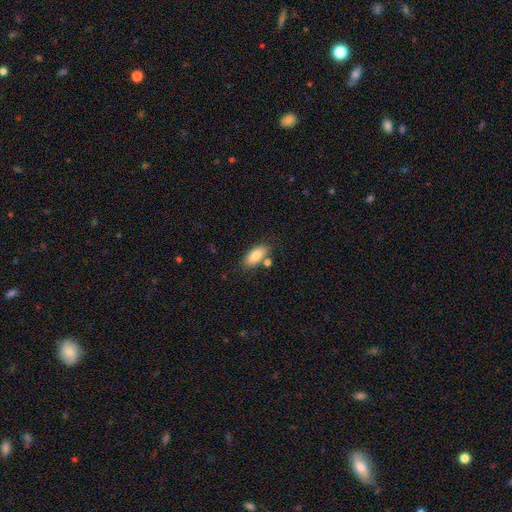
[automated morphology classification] smooth 82%, featured or disk 11%, star or artifact 7%. Down the decision tree: how rounded — in between (88%); merging — none (71%).